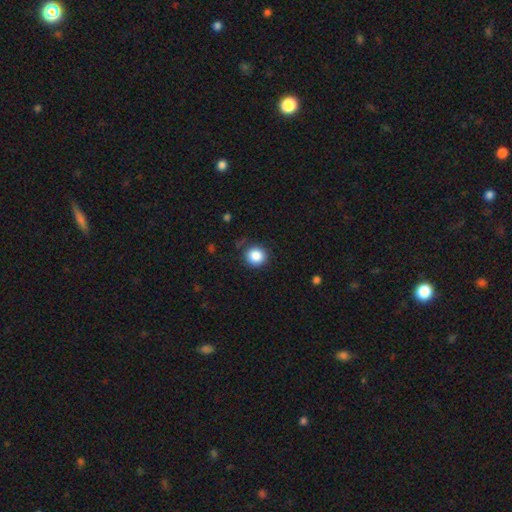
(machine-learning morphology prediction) Smooth or featured?
  - smooth: 87% *
  - star or artifact: 10%
  - featured or disk: 4%
How rounded?
  - round: 91% *
  - in between: 8%
  - cigar-shaped: 1%
Merging?
  - none: 84% *
  - minor disturbance: 11%
  - major disturbance: 3%
  - merger: 2%